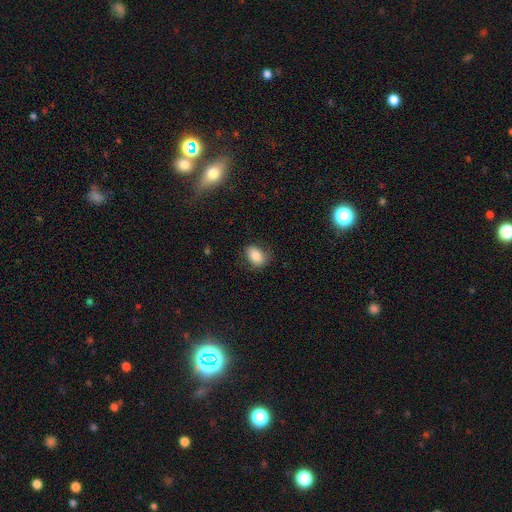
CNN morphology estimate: smooth_or_featured: smooth (p=0.83) [alt: star or artifact p=0.09]
how_rounded: in between (p=0.74) [alt: round p=0.25]
merging: none (p=0.78) [alt: minor disturbance p=0.17]